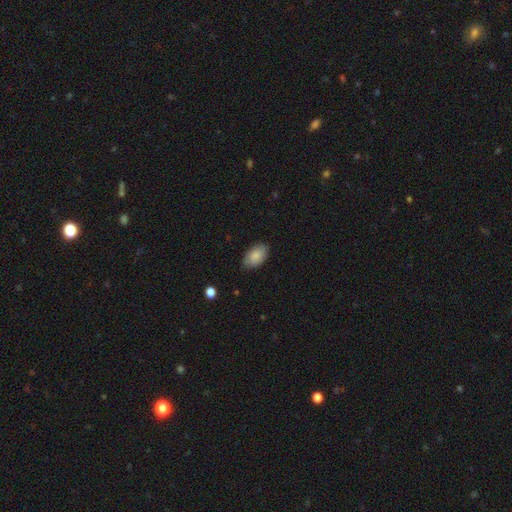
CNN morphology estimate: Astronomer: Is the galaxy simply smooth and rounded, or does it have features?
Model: smooth — 83%.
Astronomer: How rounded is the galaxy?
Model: in between — 93%.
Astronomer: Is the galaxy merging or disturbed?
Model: none — 78%.